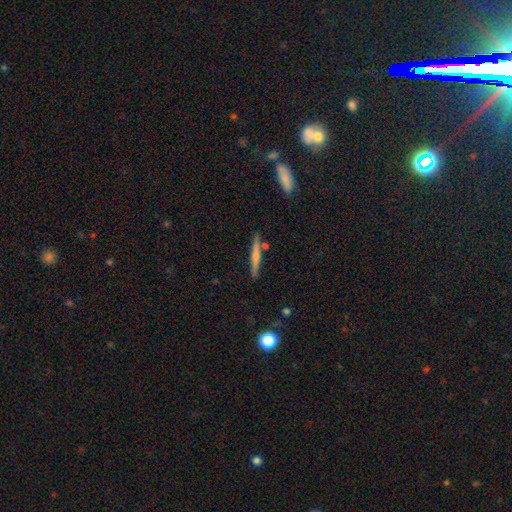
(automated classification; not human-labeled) This appears to be a smooth galaxy with no disk features (48%). Merging: none (84%).